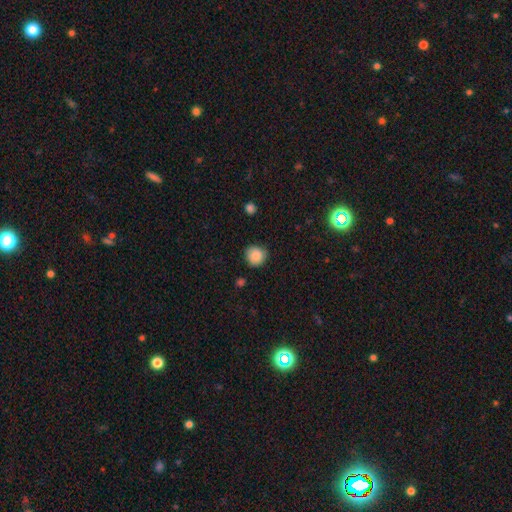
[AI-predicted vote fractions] A smooth galaxy with no disk features (87%) that is round (92%). Merging: none (83%).